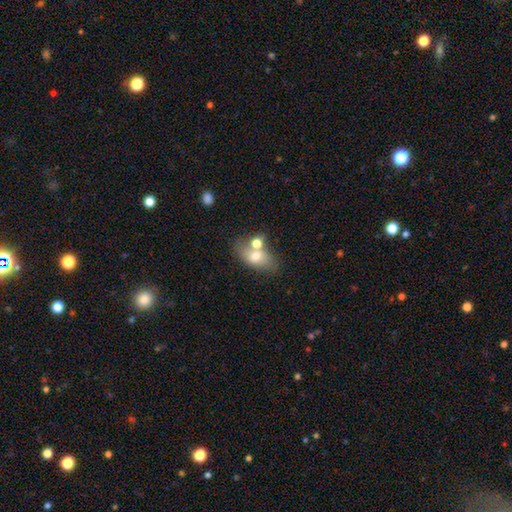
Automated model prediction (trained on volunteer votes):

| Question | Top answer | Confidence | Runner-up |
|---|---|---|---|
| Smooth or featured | smooth | 67% | featured or disk (24%) |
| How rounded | in between | 83% | round (14%) |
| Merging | none | 43% | merger (38%) |